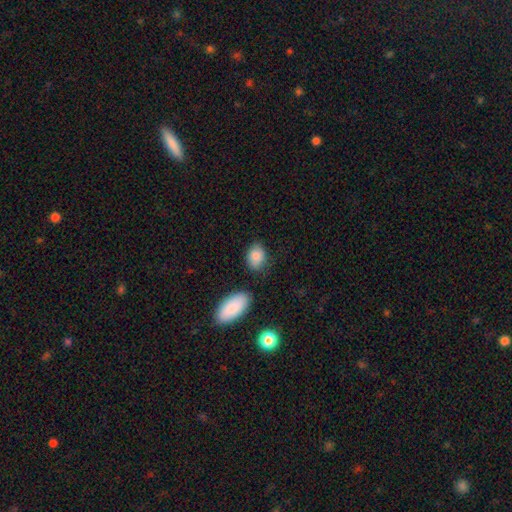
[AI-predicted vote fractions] Overall: smooth (86%). How rounded: in between (77%). Merging: none (73%).